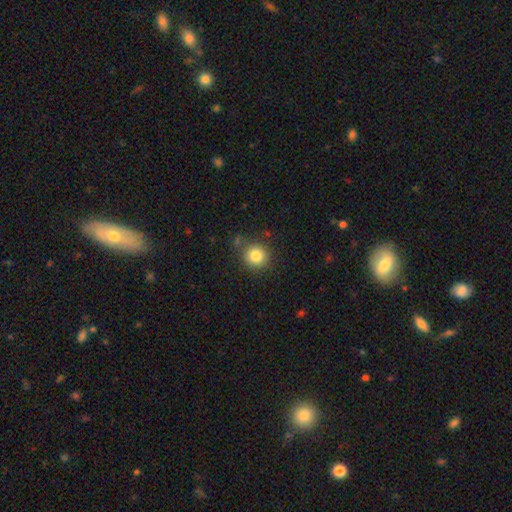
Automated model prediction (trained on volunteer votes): Smooth or featured: smooth — 83% (star or artifact — 11%)
How rounded: round — 89% (in between — 10%)
Merging: none — 81% (minor disturbance — 11%)